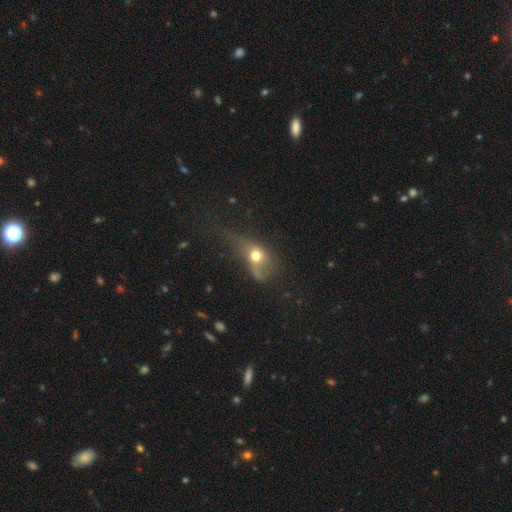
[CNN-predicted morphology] Overall: smooth (58%; featured or disk 29%). How rounded: in between (53%; round 40%). Merging: major disturbance (41%; none 30%).